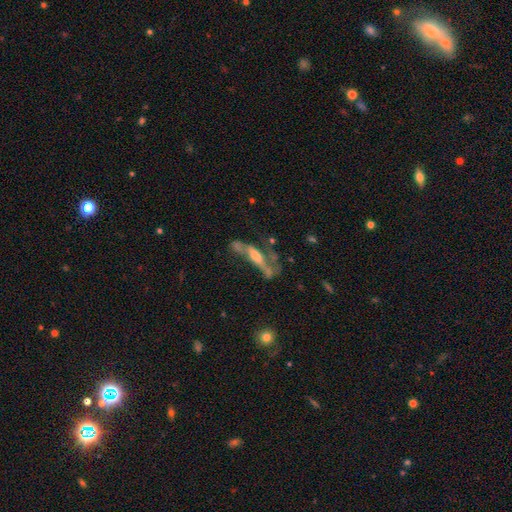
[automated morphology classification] type=featured or disk (66%); edge-on=yes (53%); merging=none (35%).